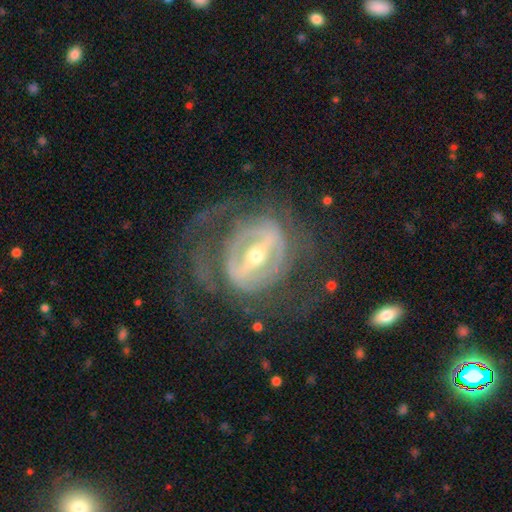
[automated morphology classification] Smooth or featured: featured or disk — 87% (smooth — 7%)
Edge-on disk: no — 92% (yes — 8%)
Bar: strong — 74% (weak — 20%)
Spiral arms: yes — 70% (no — 30%)
Spiral winding: tight — 47% (medium — 35%)
Spiral arm count: 2 — 45% (can't tell — 32%)
Bulge size: small — 50% (moderate — 45%)
Merging: none — 60% (major disturbance — 24%)